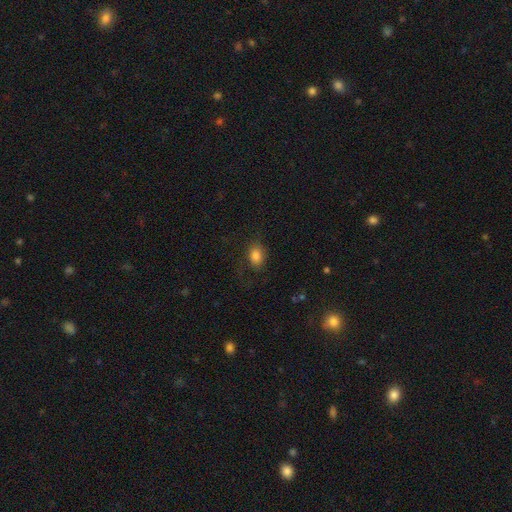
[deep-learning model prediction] This appears to be a smooth galaxy with no disk features (83%) that is in between round and cigar-shaped (72%). Merging: none (76%).